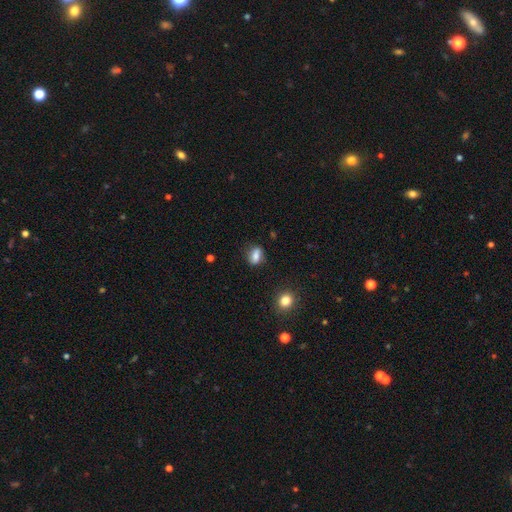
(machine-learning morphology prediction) Smooth or featured?
  - smooth: 74% *
  - featured or disk: 16%
  - star or artifact: 10%
How rounded?
  - in between: 73% *
  - round: 20%
  - cigar-shaped: 7%
Merging?
  - none: 75% *
  - minor disturbance: 16%
  - merger: 5%
  - major disturbance: 4%